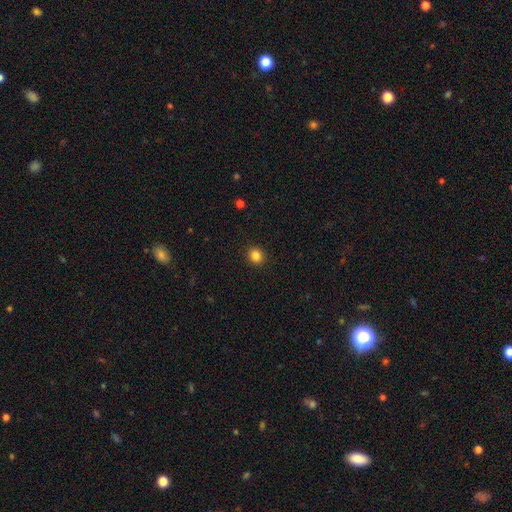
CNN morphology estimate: The model was most divided on "how rounded": round: 81%, in between: 18%, cigar-shaped: 1%. More confident: merging — none (92%); smooth or featured — smooth (85%).